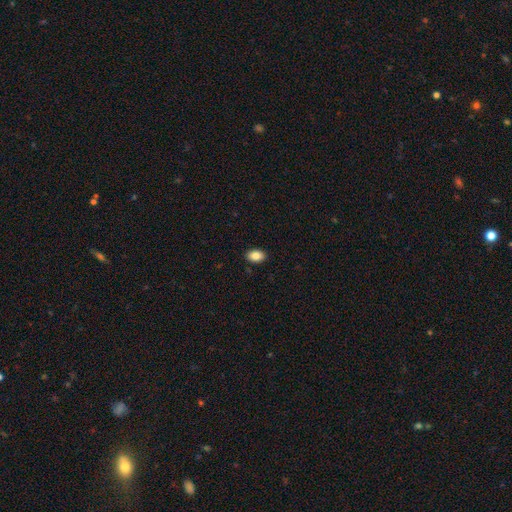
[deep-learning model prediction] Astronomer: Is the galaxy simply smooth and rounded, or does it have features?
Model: smooth — 86%.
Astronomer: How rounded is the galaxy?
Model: in between — 85%.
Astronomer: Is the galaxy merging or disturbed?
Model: none — 90%.